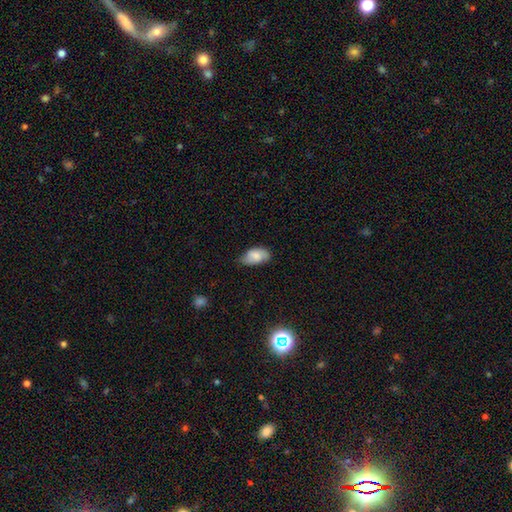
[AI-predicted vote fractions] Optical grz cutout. It shows a smooth galaxy with no disk features (74%) that is in between round and cigar-shaped (93%). Merging: none (58%).